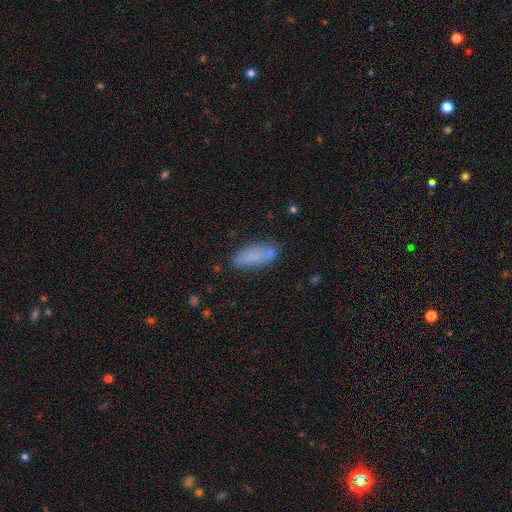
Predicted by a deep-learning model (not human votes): The model was most divided on "how rounded": in between: 67%, cigar-shaped: 31%, round: 2%. More confident: smooth or featured — smooth (78%); merging — none (68%).